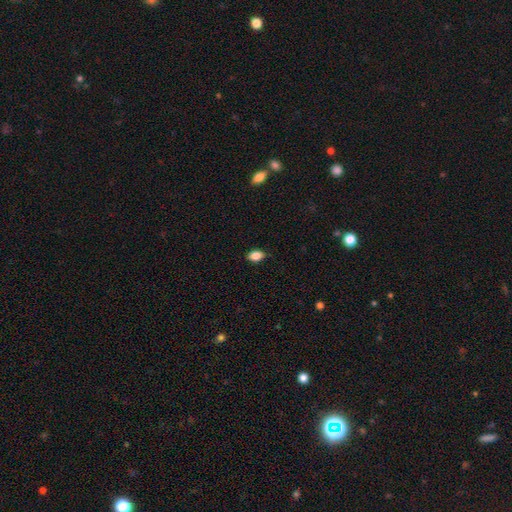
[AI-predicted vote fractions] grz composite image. It shows a smooth galaxy with no disk features (86%) that is in between round and cigar-shaped (83%). Merging: none (84%).